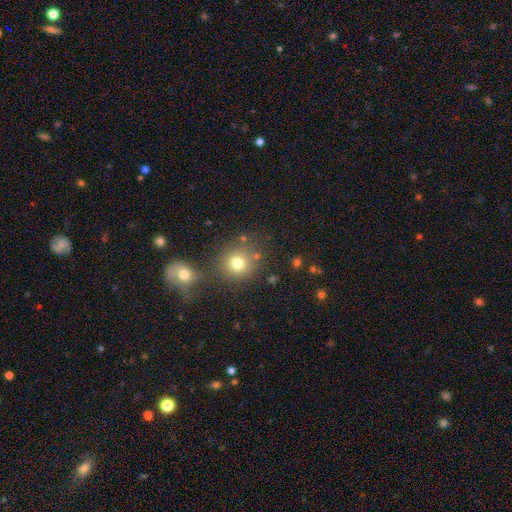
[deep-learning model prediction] smooth_or_featured: smooth (p=0.69) [alt: star or artifact p=0.21]
how_rounded: round (p=0.88) [alt: in between p=0.11]
merging: none (p=0.68) [alt: merger p=0.18]